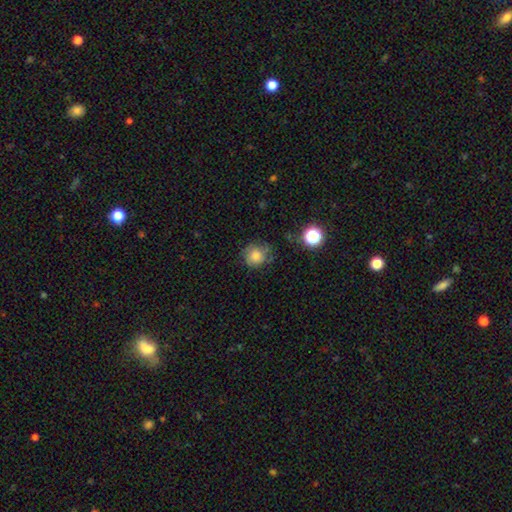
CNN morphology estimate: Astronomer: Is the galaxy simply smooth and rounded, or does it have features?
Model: smooth — 75%.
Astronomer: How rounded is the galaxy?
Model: round — 86%.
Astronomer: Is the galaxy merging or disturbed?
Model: none — 64%.